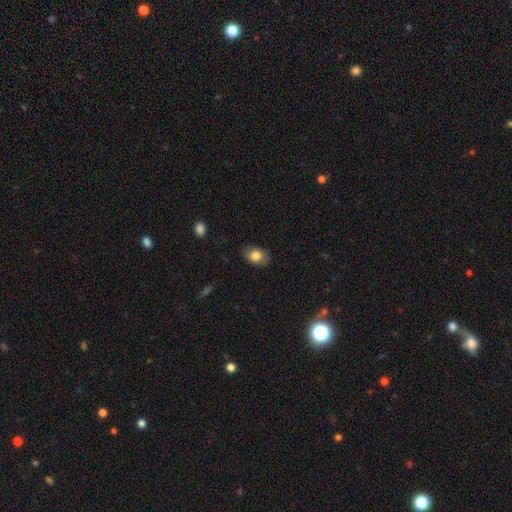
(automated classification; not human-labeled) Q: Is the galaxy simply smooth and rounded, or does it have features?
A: smooth — 82%.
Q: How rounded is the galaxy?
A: in between — 81%.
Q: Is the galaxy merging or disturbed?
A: none — 84%.